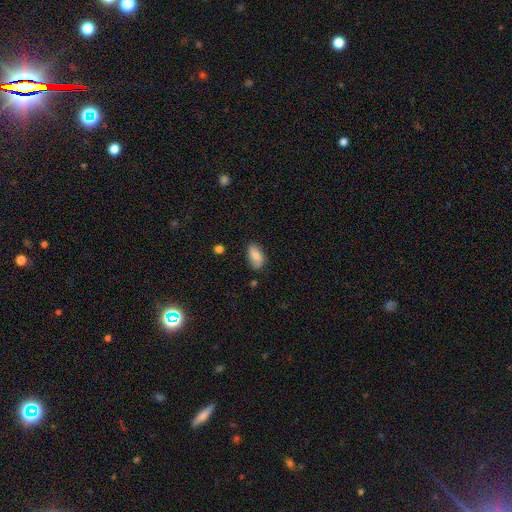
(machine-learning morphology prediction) Q: Smooth or featured?
A: smooth (78%); runner-up: featured or disk (15%)
Q: How rounded?
A: in between (92%); runner-up: cigar-shaped (4%)
Q: Merging?
A: none (75%); runner-up: minor disturbance (19%)